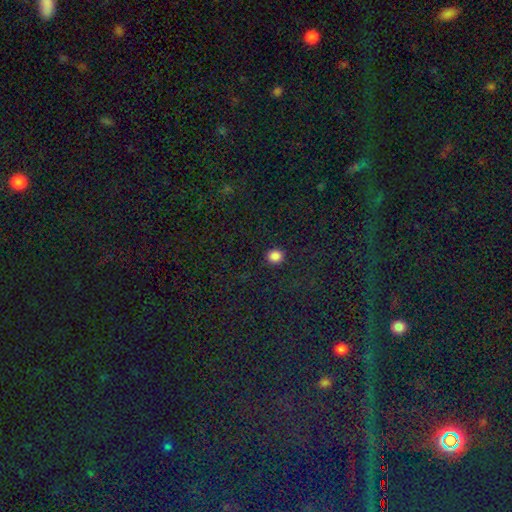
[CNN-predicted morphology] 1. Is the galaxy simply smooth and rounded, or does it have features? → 81% star or artifact, 12% smooth, 8% featured or disk.